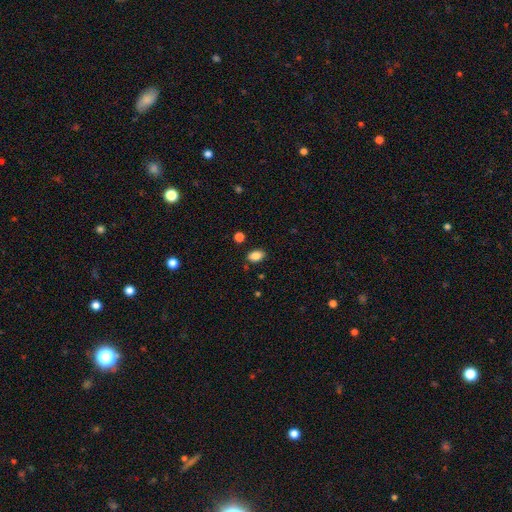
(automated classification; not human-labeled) Smooth or featured?
  - smooth: 85% *
  - star or artifact: 9%
  - featured or disk: 6%
How rounded?
  - in between: 86% *
  - round: 13%
  - cigar-shaped: 1%
Merging?
  - none: 85% *
  - minor disturbance: 10%
  - merger: 2%
  - major disturbance: 2%